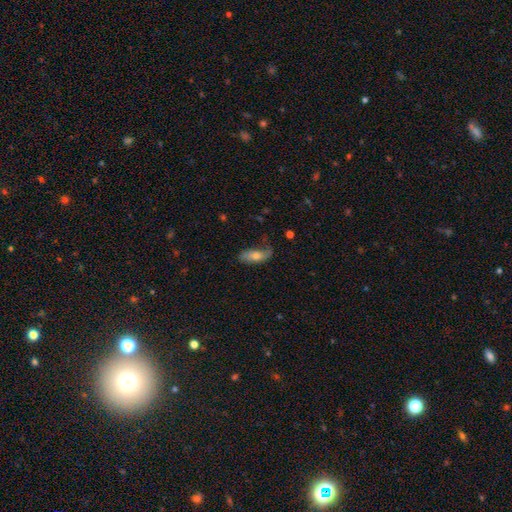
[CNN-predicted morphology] This is possibly a smooth galaxy (54%). How rounded: likely in between (72%). Merging: possibly none (59%).